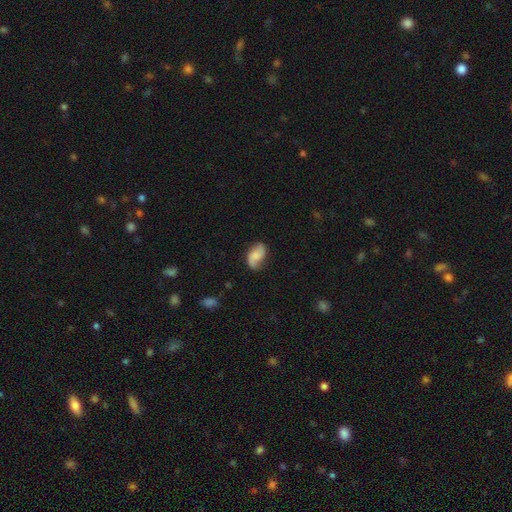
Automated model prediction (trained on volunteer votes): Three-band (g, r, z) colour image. It shows a featured or disk galaxy (55%) with no bar (62%), spiral arms (92%) and no central bulge (32%). Merging: none (69%).